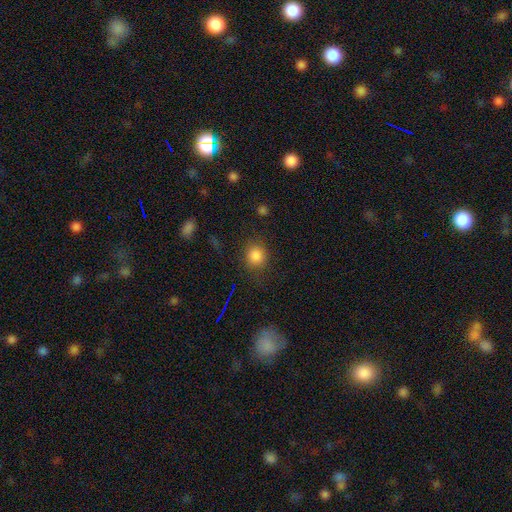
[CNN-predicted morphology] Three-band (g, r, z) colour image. It shows a smooth galaxy with no disk features (82%) that is round (82%). Merging: none (82%).